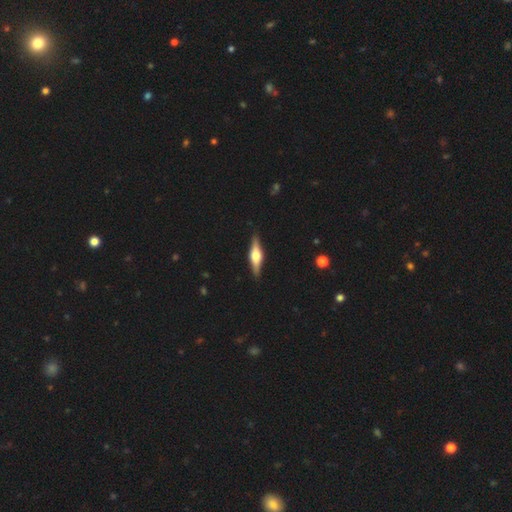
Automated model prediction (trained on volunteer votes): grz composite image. It shows a featured or disk galaxy (68%) viewed edge-on (96%) with a rounded central bulge (89%). Merging: none (90%).